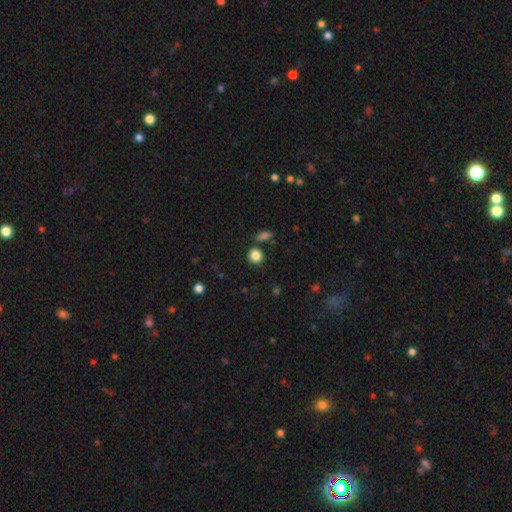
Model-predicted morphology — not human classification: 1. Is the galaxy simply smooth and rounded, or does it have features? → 85% smooth, 10% star or artifact, 4% featured or disk.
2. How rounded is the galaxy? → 83% round, 16% in between, 1% cigar-shaped.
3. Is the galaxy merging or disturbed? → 80% none, 9% minor disturbance, 8% merger, 3% major disturbance.